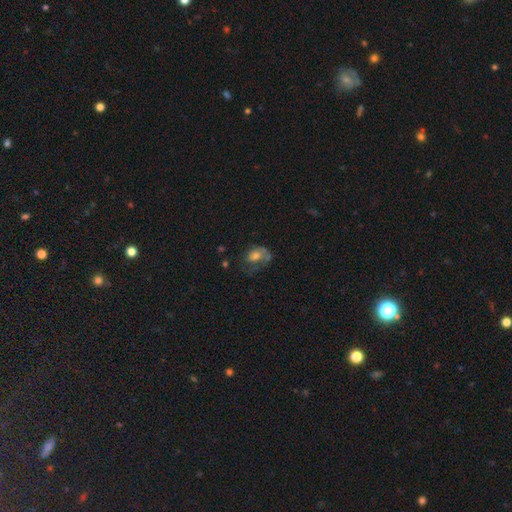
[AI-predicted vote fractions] smooth_or_featured: smooth (p=0.48) [alt: featured or disk p=0.40]
merging: major disturbance (p=0.40) [alt: none p=0.32]